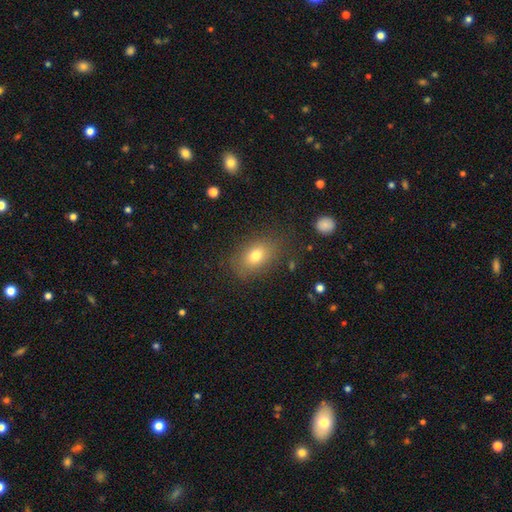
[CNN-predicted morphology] smooth 76%, featured or disk 13%, star or artifact 11%. Down the decision tree: how rounded — in between (79%); merging — none (79%).